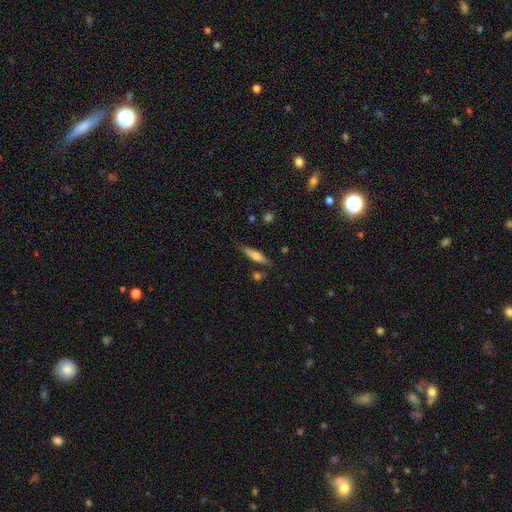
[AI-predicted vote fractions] smooth-or-featured: smooth: 65% | featured or disk: 28% | star or artifact: 7%
  how-rounded: cigar-shaped: 70% | in between: 28% | round: 2%
  merging: none: 77% | minor disturbance: 15% | merger: 4% | major disturbance: 3%